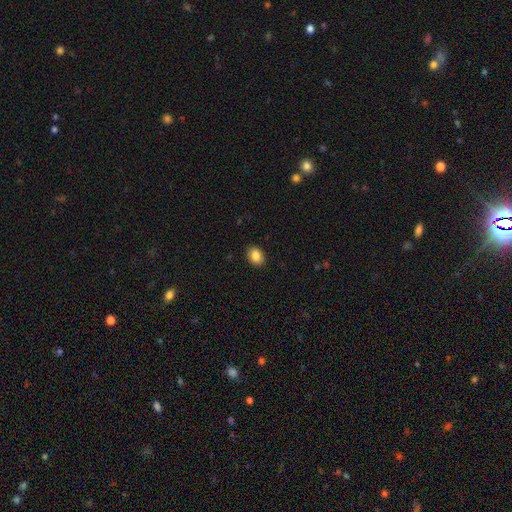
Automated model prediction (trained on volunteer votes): Smooth or featured: smooth — 86% (star or artifact — 8%)
How rounded: in between — 65% (round — 35%)
Merging: none — 90% (minor disturbance — 7%)